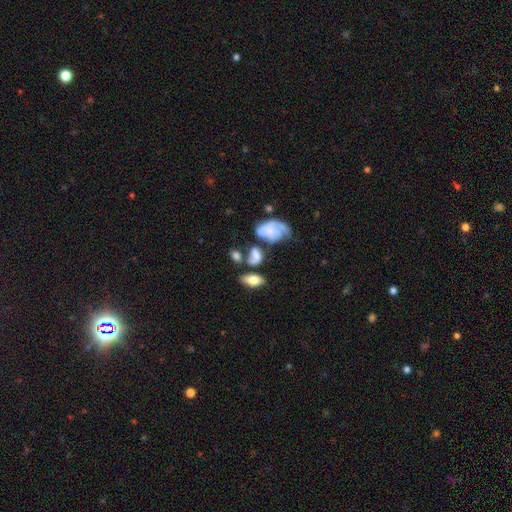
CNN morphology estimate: Overall: smooth (45%; featured or disk 42%). Merging: none (40%; merger 25%).